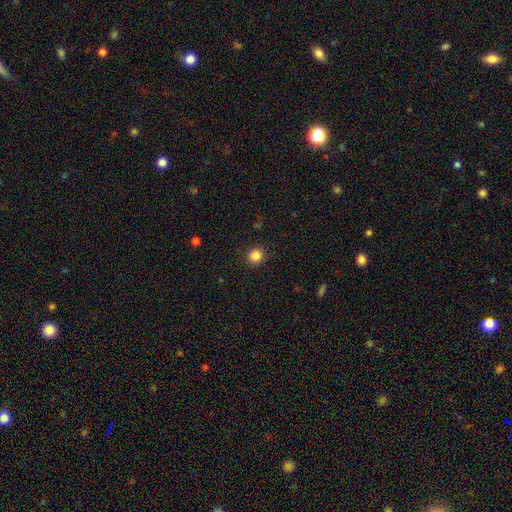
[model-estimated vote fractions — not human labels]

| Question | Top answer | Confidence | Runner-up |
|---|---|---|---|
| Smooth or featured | smooth | 85% | star or artifact (11%) |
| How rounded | round | 86% | in between (13%) |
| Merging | none | 91% | minor disturbance (6%) |